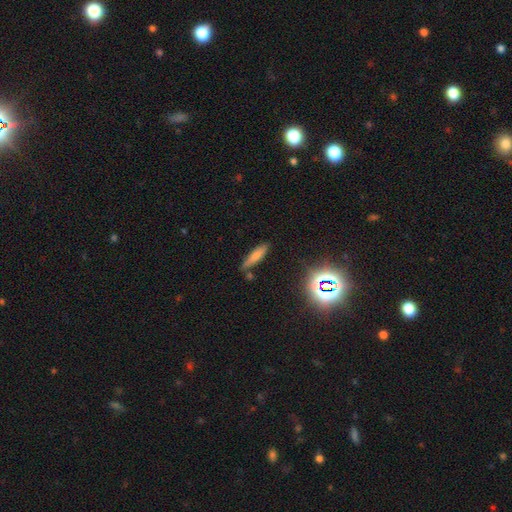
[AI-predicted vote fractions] This appears to be a smooth galaxy with no disk features (70%) that is cigar-shaped (73%). Merging: none (74%).